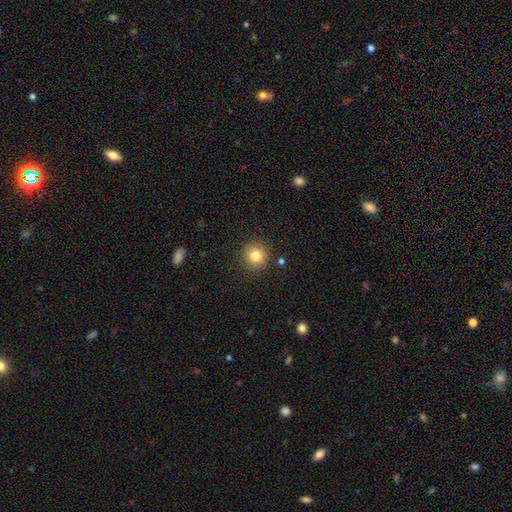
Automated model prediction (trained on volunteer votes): This appears to be a smooth galaxy with no disk features (81%) that is round (93%). Merging: none (89%).